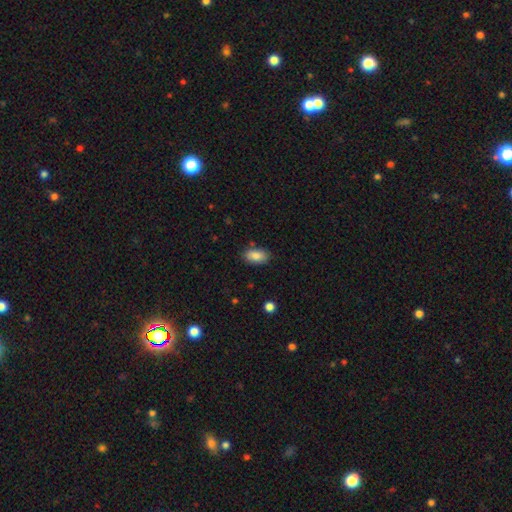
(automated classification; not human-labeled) Overall: smooth (86%). How rounded: in between (92%). Merging: none (84%).